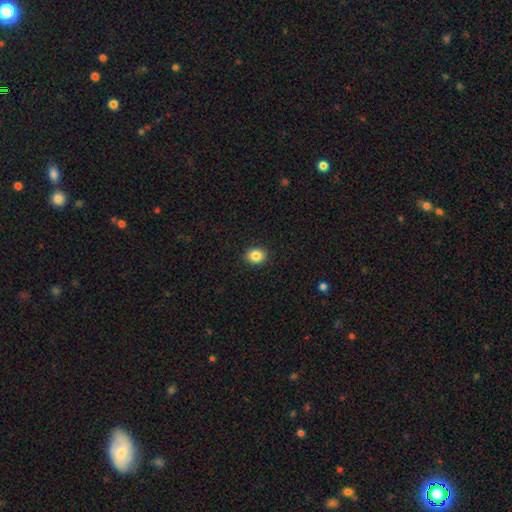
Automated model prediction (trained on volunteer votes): This appears to be a smooth galaxy with no disk features (85%) that is round (58%). Merging: none (91%).